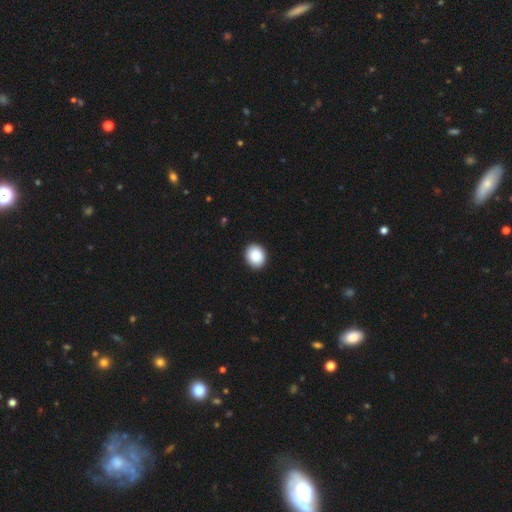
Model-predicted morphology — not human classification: Overall: smooth (89%). How rounded: round (64%; in between 35%). Merging: none (92%).